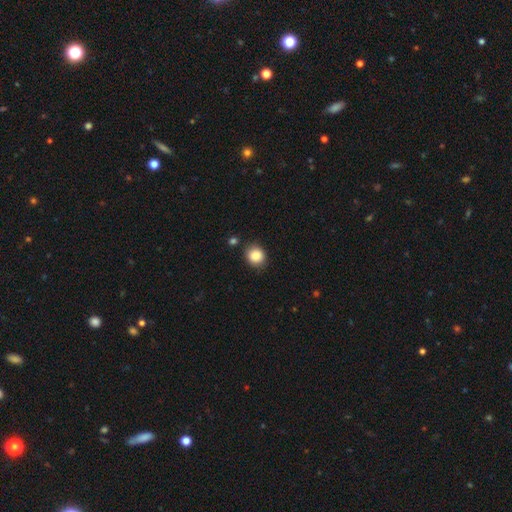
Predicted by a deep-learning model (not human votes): smooth 86%, star or artifact 9%, featured or disk 5%. Down the decision tree: how rounded — round (82%); merging — none (84%).